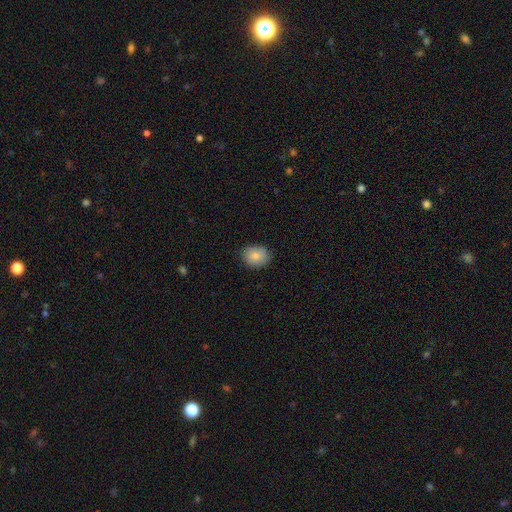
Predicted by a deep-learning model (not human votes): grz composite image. It shows a smooth galaxy with no disk features (85%) that is in between round and cigar-shaped (55%). Merging: none (85%).